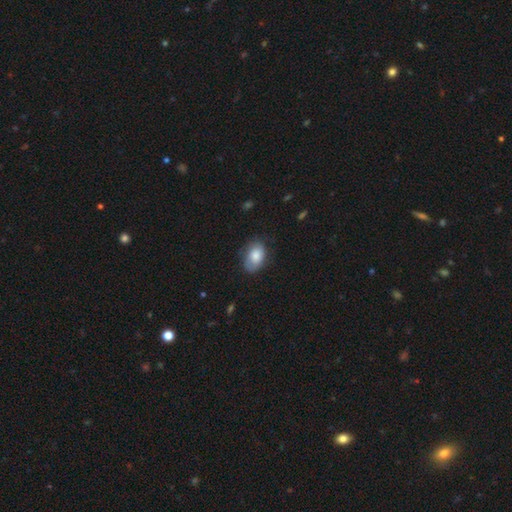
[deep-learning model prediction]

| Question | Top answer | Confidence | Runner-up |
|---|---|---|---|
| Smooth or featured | smooth | 79% | featured or disk (14%) |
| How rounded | in between | 85% | round (14%) |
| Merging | none | 67% | minor disturbance (25%) |